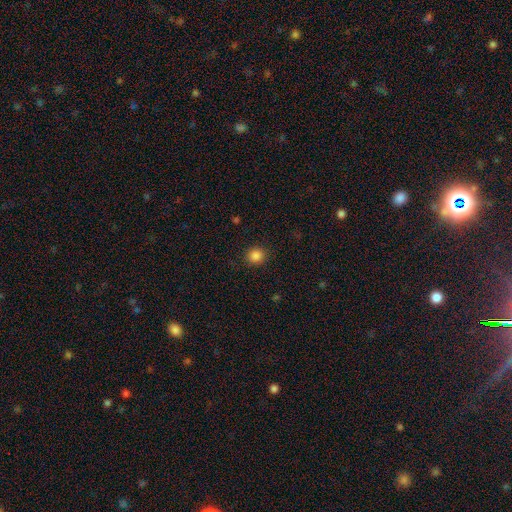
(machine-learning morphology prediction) Smooth or featured? smooth (86%)
How rounded? round (85%)
Merging? none (90%)